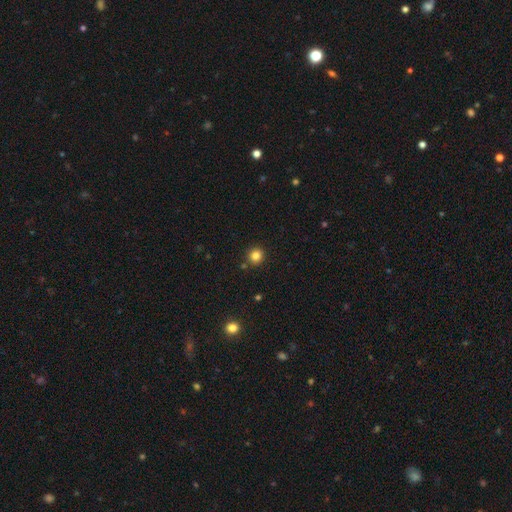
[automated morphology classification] Q: Smooth or featured?
A: smooth (83%); runner-up: star or artifact (12%)
Q: How rounded?
A: round (93%); runner-up: in between (6%)
Q: Merging?
A: none (88%); runner-up: minor disturbance (6%)